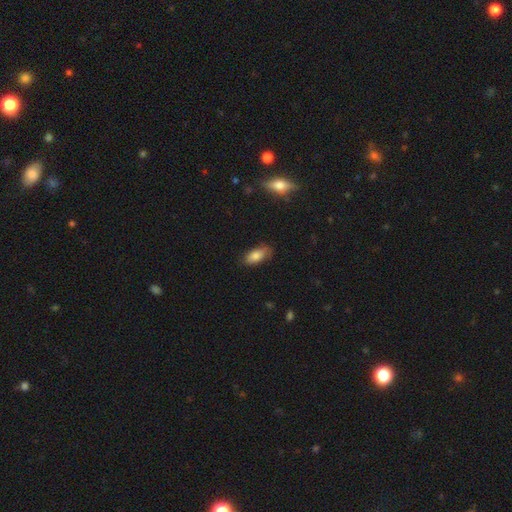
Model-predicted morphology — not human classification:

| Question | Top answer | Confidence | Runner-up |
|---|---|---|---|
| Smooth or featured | smooth | 79% | featured or disk (13%) |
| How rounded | in between | 87% | cigar-shaped (10%) |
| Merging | none | 69% | minor disturbance (25%) |